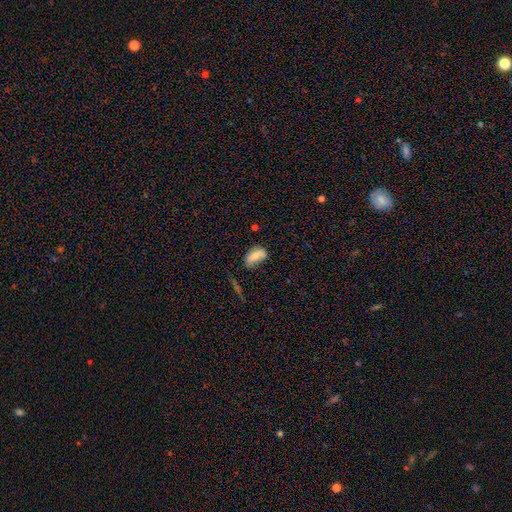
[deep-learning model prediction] smooth_or_featured: smooth (p=0.77) [alt: featured or disk p=0.14]
how_rounded: in between (p=0.88) [alt: round p=0.06]
merging: none (p=0.51) [alt: minor disturbance p=0.31]